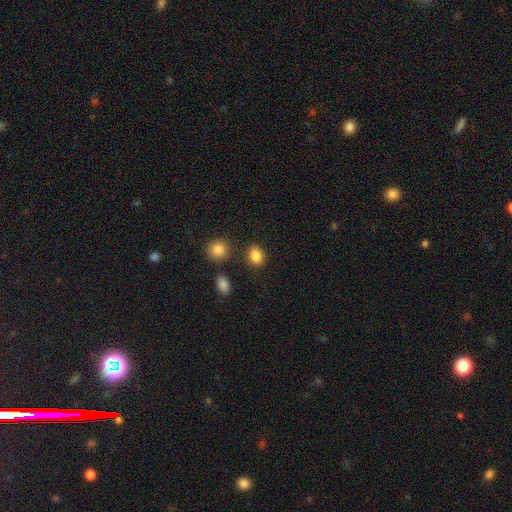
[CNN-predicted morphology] Smooth or featured? smooth (86%)
How rounded? in between (61%)
Merging? none (82%)